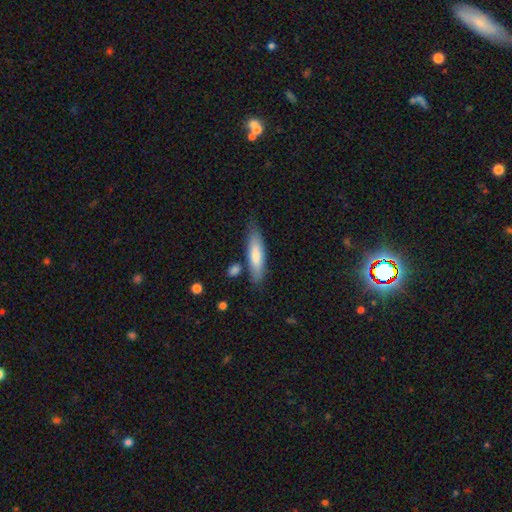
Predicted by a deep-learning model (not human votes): A smooth galaxy with no disk features (76%) that is cigar-shaped (71%).

Vote fractions:
- Smooth or featured? smooth: 76% / featured or disk: 18% / star or artifact: 5%
- How rounded? cigar-shaped: 71% / in between: 27% / round: 1%
- Merging? none: 75% / minor disturbance: 16% / merger: 5% / major disturbance: 4%